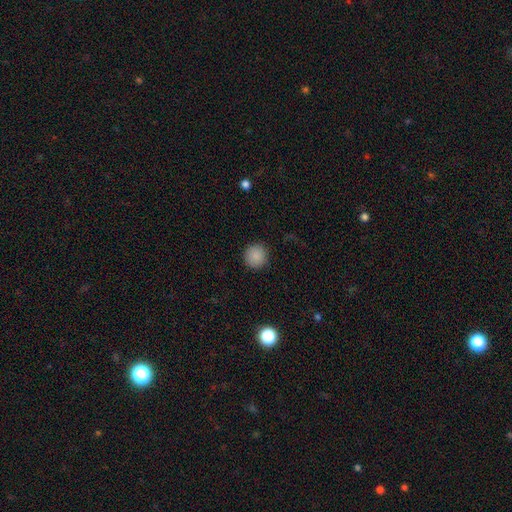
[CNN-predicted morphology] Overall: smooth (88%). How rounded: round (93%). Merging: none (90%).